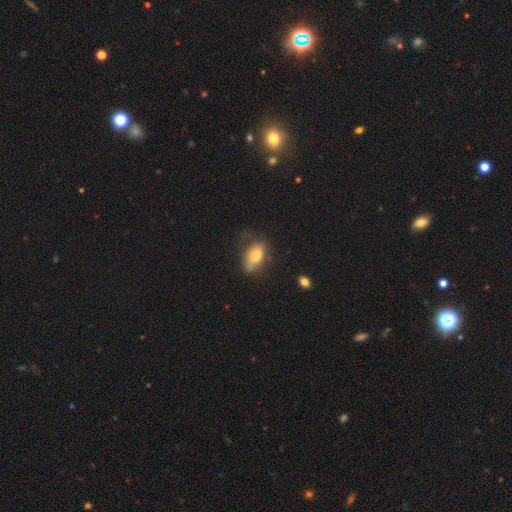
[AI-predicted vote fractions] A smooth galaxy with no disk features (78%) that is in between round and cigar-shaped (88%). Merging: none (52%).